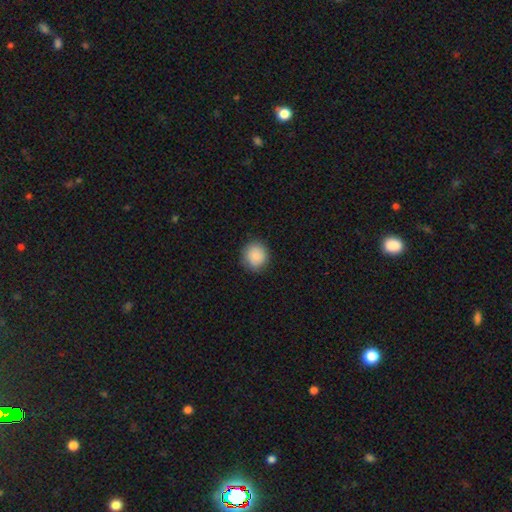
Smooth or featured? smooth (92%)
How rounded? round (100%)
Merging? none (83%)